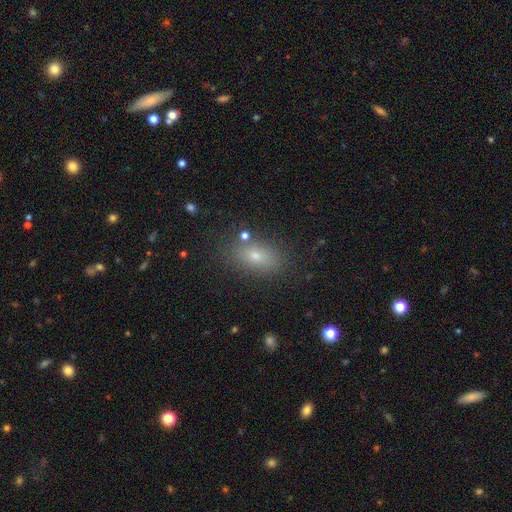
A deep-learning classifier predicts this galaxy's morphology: Smooth or featured: smooth — 70% (star or artifact — 15%)
How rounded: in between — 83% (round — 12%)
Merging: none — 82% (minor disturbance — 10%)